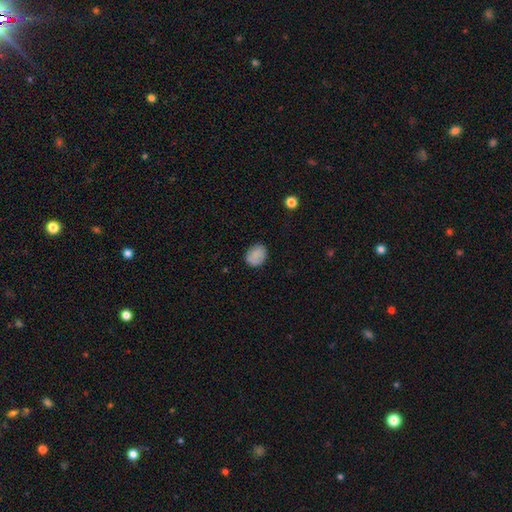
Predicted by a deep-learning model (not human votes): Overall: smooth (82%). How rounded: in between (51%; round 48%). Merging: none (84%).